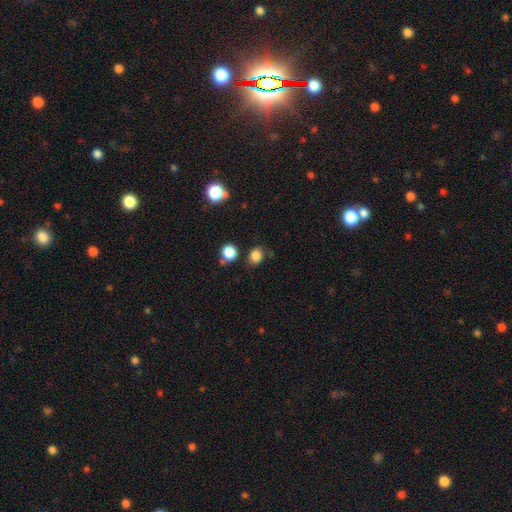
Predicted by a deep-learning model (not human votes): Smooth or featured? smooth (83%)
How rounded? round (62%)
Merging? none (77%)